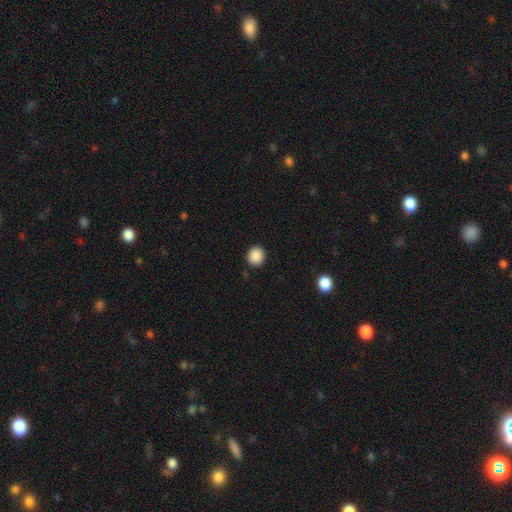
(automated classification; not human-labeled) The model was most divided on "how rounded": round: 89%, in between: 10%, cigar-shaped: 1%. More confident: merging — none (91%); smooth or featured — smooth (89%).